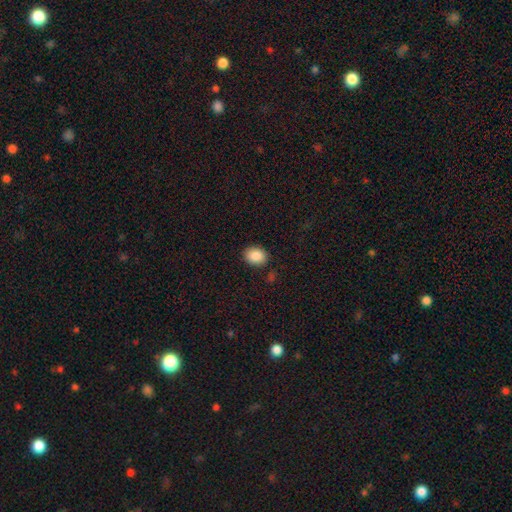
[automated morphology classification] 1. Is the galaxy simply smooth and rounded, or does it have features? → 88% smooth, 8% star or artifact, 5% featured or disk.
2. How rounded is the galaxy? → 62% in between, 37% round, 1% cigar-shaped.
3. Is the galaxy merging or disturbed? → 87% none, 9% minor disturbance, 2% major disturbance, 2% merger.